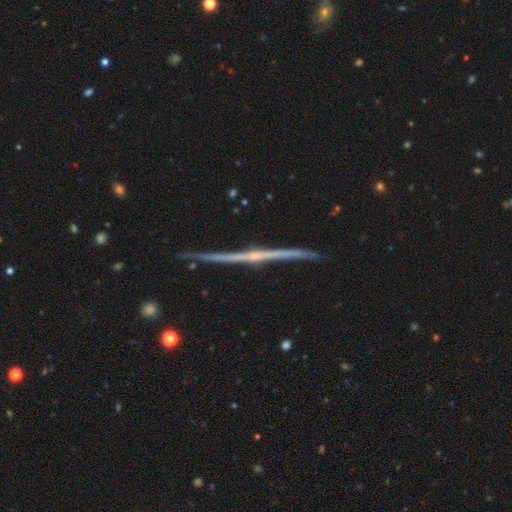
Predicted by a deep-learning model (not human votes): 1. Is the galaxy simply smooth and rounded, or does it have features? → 85% featured or disk, 9% smooth, 6% star or artifact.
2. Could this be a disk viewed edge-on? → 98% yes, 2% no.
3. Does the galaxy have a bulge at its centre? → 54% rounded, 39% none, 7% boxy.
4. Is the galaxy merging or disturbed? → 87% none, 10% minor disturbance, 2% major disturbance, 2% merger.